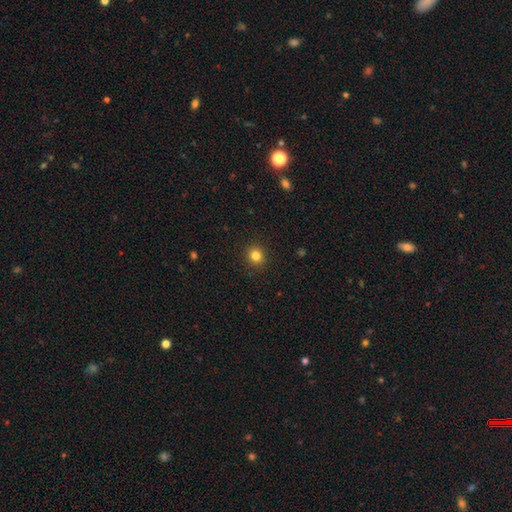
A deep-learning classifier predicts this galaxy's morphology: smooth_or_featured: smooth (p=0.82) [alt: star or artifact p=0.12]
how_rounded: round (p=0.89) [alt: in between p=0.11]
merging: none (p=0.92) [alt: minor disturbance p=0.05]